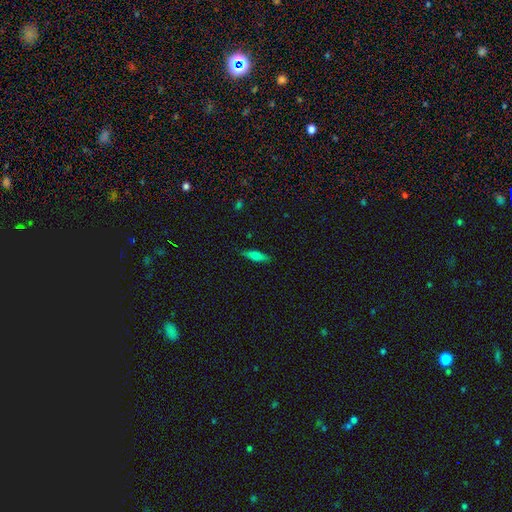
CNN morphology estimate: Smooth or featured? Predicted: smooth (p=0.62). How rounded? Predicted: cigar-shaped (p=0.64). Merging? Predicted: none (p=0.86).